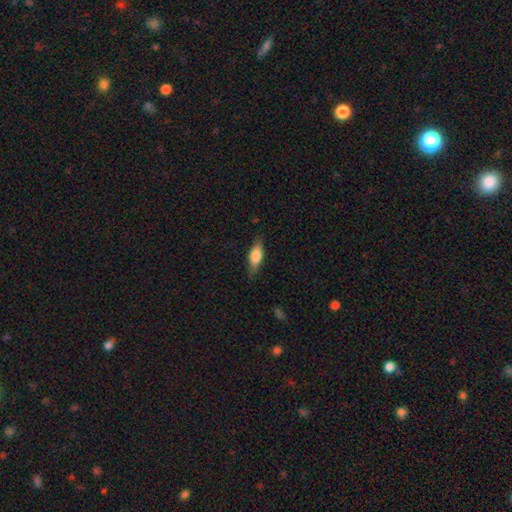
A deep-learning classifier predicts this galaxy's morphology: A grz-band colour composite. It shows a smooth galaxy with no disk features (64%) that is in between round and cigar-shaped (62%). Merging: none (81%).